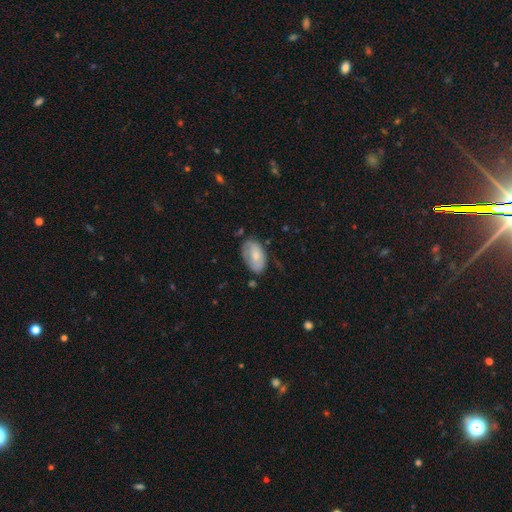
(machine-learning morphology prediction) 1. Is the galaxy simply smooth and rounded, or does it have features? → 62% smooth, 32% featured or disk, 6% star or artifact.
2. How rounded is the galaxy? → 92% in between, 6% round, 1% cigar-shaped.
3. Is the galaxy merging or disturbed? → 63% none, 27% minor disturbance, 8% major disturbance, 2% merger.